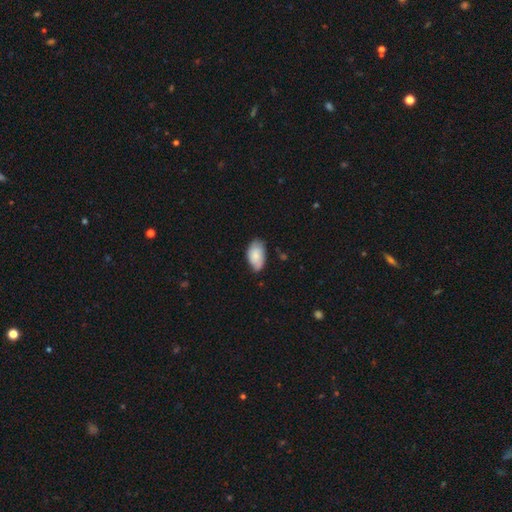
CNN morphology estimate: This appears to be a smooth galaxy with no disk features (76%) that is in between round and cigar-shaped (93%). Merging: none (60%).